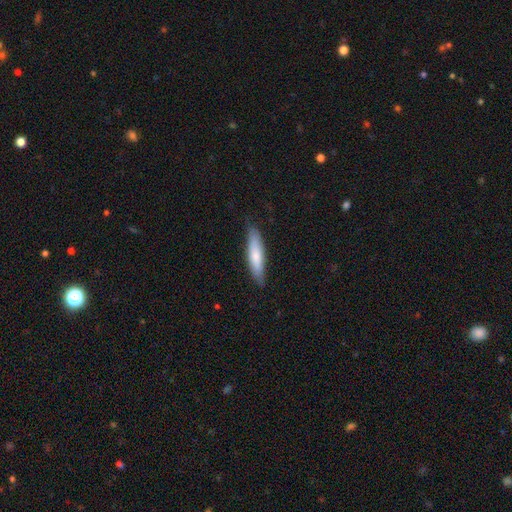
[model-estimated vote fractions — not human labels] Q: Smooth or featured?
A: smooth (72%); runner-up: featured or disk (23%)
Q: How rounded?
A: cigar-shaped (77%); runner-up: in between (21%)
Q: Merging?
A: none (83%); runner-up: minor disturbance (14%)